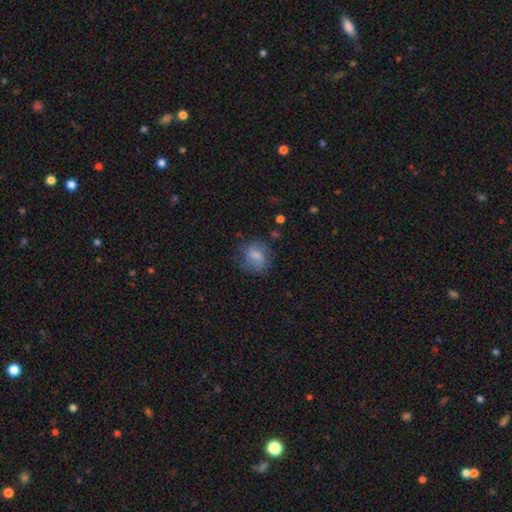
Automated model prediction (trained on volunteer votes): smooth-or-featured: smooth: 68% | featured or disk: 22% | star or artifact: 10%
  how-rounded: round: 65% | in between: 33% | cigar-shaped: 1%
  merging: none: 61% | minor disturbance: 23% | major disturbance: 13% | merger: 2%